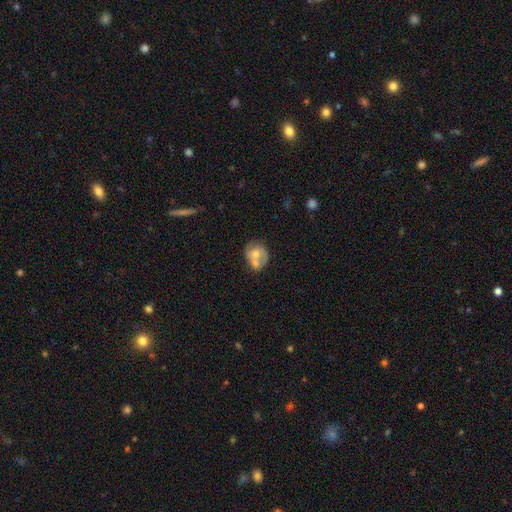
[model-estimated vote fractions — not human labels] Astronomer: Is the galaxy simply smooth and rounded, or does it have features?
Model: smooth — 56% (runner-up: featured or disk, 37%).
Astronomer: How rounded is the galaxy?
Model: round — 65%.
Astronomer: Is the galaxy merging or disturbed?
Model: merger — 44% (runner-up: none, 33%).